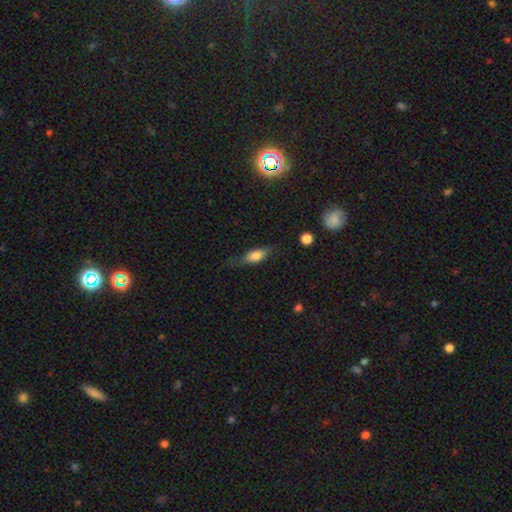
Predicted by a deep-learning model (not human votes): Overall: smooth (66%). How rounded: in between (69%). Merging: none (65%; minor disturbance 25%).